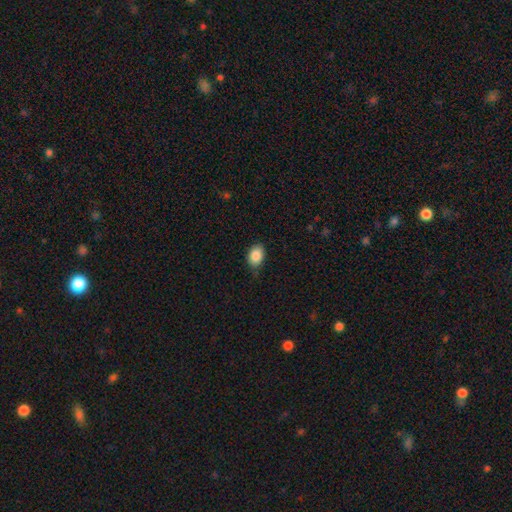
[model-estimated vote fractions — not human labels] Smooth or featured: smooth — 87% (star or artifact — 7%)
How rounded: in between — 80% (round — 19%)
Merging: none — 77% (minor disturbance — 19%)